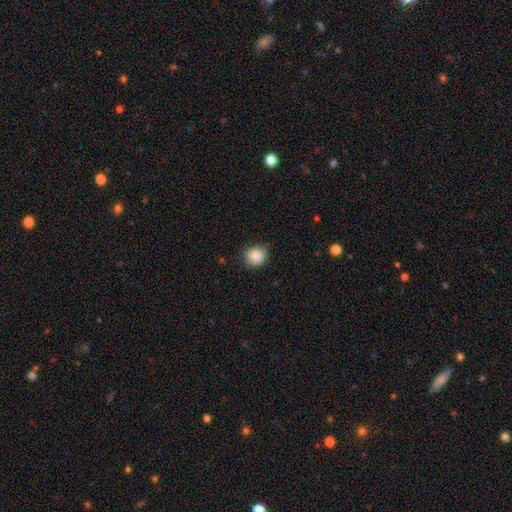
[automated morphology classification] A smooth galaxy with no disk features (85%) that is round (80%).

Vote fractions:
- Smooth or featured? smooth: 85% / star or artifact: 8% / featured or disk: 7%
- How rounded? round: 80% / in between: 19% / cigar-shaped: 1%
- Merging? none: 81% / minor disturbance: 15% / major disturbance: 3% / merger: 1%